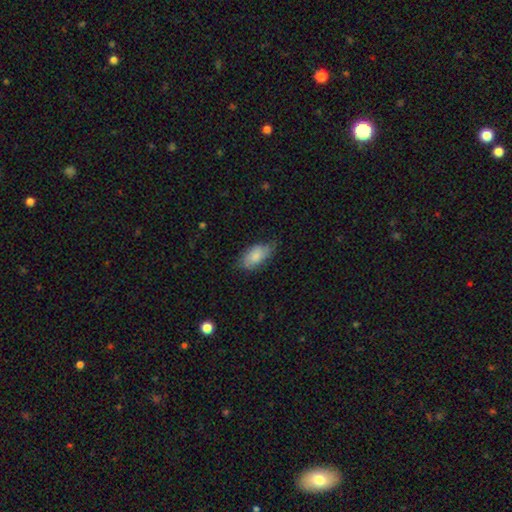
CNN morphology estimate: smooth-or-featured: smooth: 78% | featured or disk: 16% | star or artifact: 6%
  how-rounded: in between: 93% | cigar-shaped: 4% | round: 4%
  merging: none: 61% | minor disturbance: 30% | major disturbance: 7% | merger: 1%